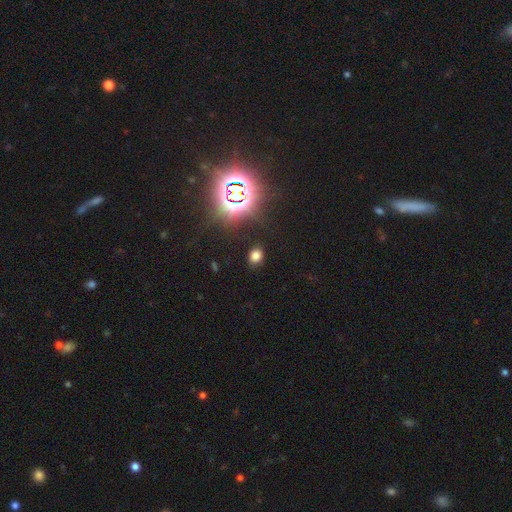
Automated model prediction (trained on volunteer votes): The model was most divided on "how rounded": round: 53%, in between: 46%, cigar-shaped: 1%. More confident: merging — none (85%); smooth or featured — smooth (66%).